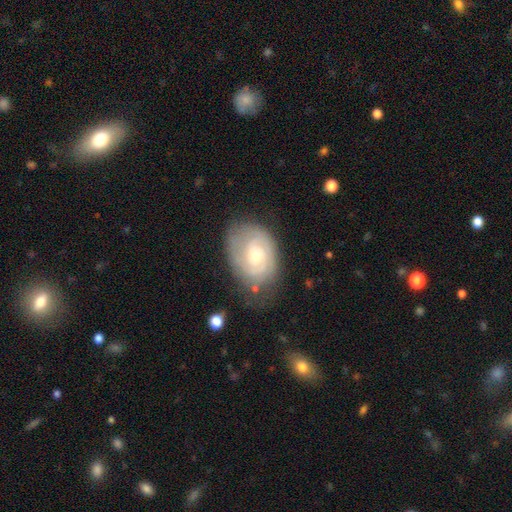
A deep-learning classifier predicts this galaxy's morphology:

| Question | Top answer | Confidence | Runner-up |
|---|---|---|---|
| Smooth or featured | featured or disk | 75% | smooth (19%) |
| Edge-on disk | no | 96% | yes (4%) |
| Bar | no | 66% | weak (30%) |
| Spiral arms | yes | 89% | no (11%) |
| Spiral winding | tight | 66% | medium (27%) |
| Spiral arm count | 2 | 39% | can't tell (36%) |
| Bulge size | small | 50% | moderate (46%) |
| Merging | none | 66% | minor disturbance (23%) |